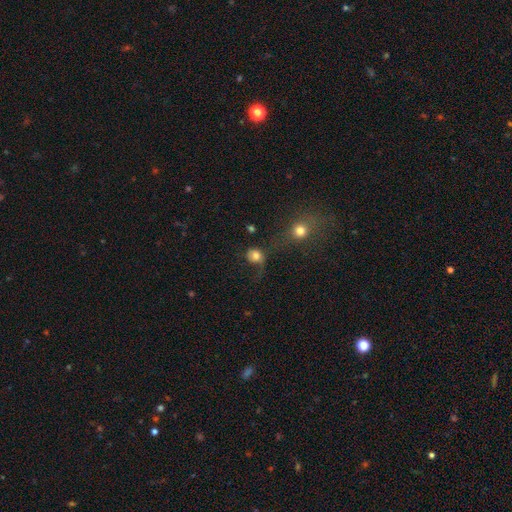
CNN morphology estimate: Smooth or featured: smooth — 73% (featured or disk — 17%)
How rounded: round — 70% (in between — 28%)
Merging: major disturbance — 38% (none — 31%)